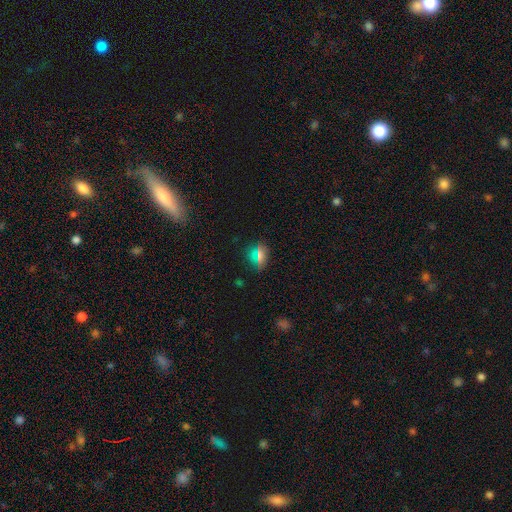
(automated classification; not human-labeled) This is likely a smooth galaxy (61%). How rounded: possibly round (52%). Merging: clearly none (83%).